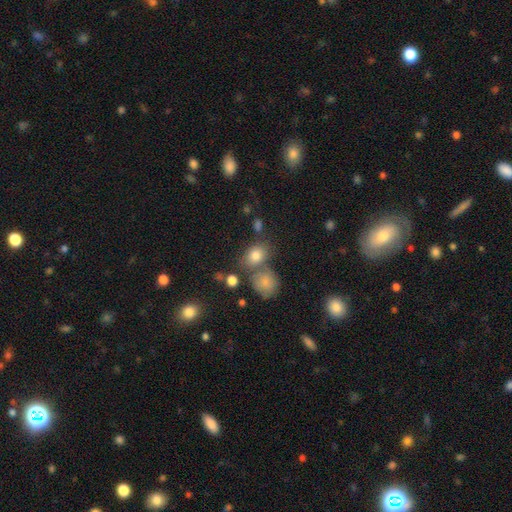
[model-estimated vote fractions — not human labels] Morphology: type=smooth (79%); roundness=in between (54%); merging=none (56%).